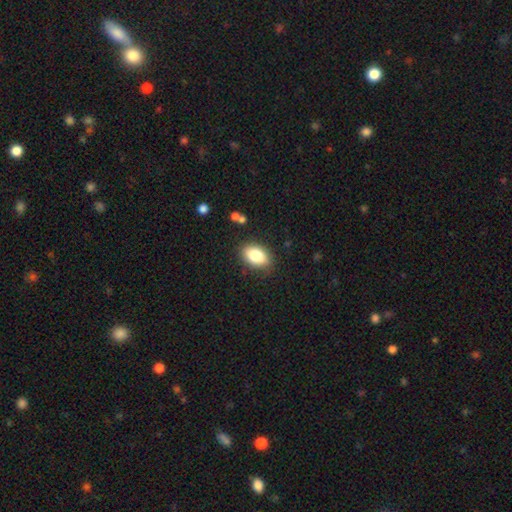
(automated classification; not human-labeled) Smooth or featured? smooth (83%)
How rounded? in between (89%)
Merging? none (86%)